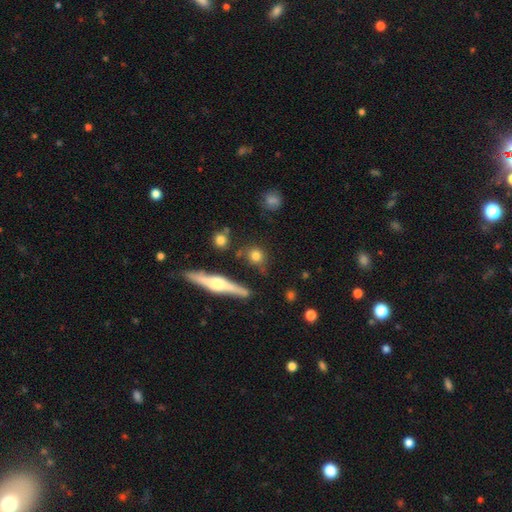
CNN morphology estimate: This is likely a smooth galaxy (72%). How rounded: clearly round (81%). Merging: likely none (75%).